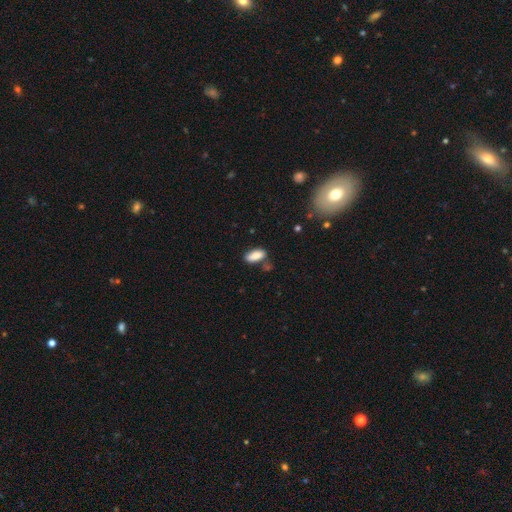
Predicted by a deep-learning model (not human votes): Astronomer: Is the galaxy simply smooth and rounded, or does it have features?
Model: smooth — 85%.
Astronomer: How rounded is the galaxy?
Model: in between — 86%.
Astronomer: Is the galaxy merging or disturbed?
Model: none — 63%.